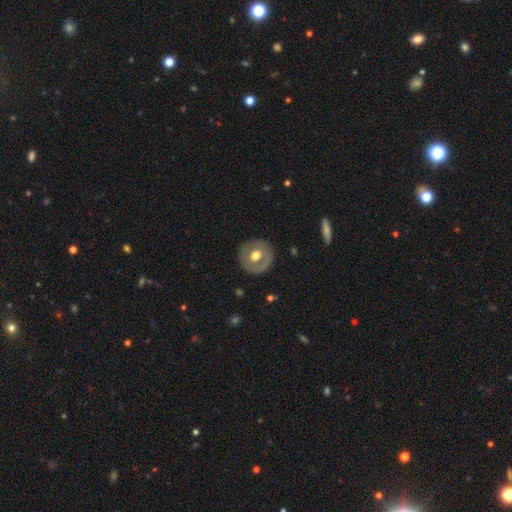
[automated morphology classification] smooth-or-featured: smooth: 47% (tied) | featured or disk: 47% (tied) | star or artifact: 6%
  merging: none: 84% | minor disturbance: 11% | major disturbance: 4% | merger: 1%